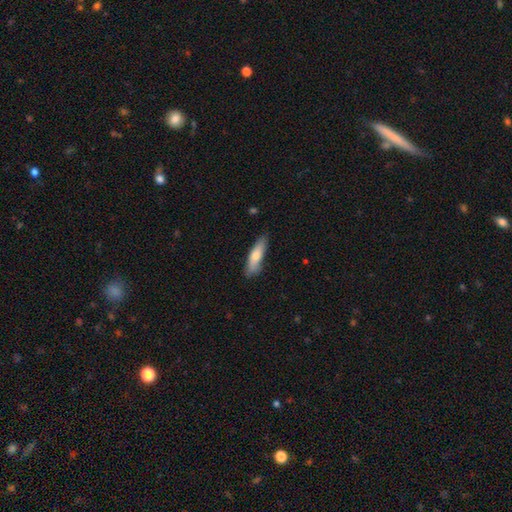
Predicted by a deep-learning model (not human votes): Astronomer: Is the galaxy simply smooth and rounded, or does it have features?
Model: smooth — 68%.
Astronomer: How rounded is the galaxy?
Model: cigar-shaped — 67%.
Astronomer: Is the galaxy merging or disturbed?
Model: none — 80%.